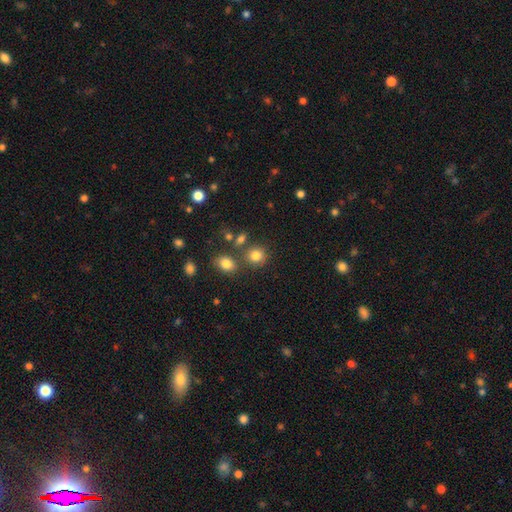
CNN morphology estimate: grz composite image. It shows a smooth galaxy with no disk features (81%) that is round (81%). Merging: none (72%).